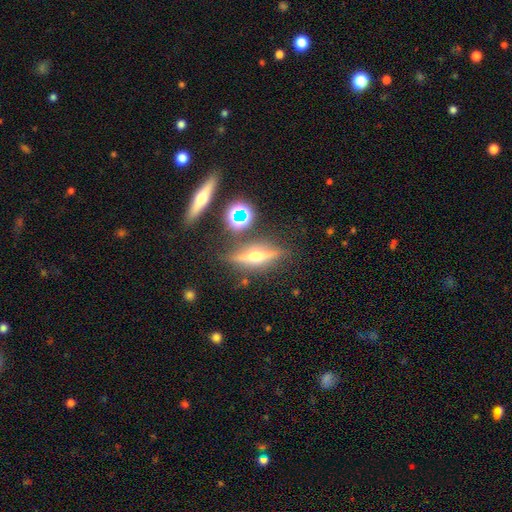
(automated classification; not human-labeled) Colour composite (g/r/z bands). It shows a featured or disk galaxy (68%) viewed edge-on (94%) with a rounded central bulge (94%). Merging: none (81%).